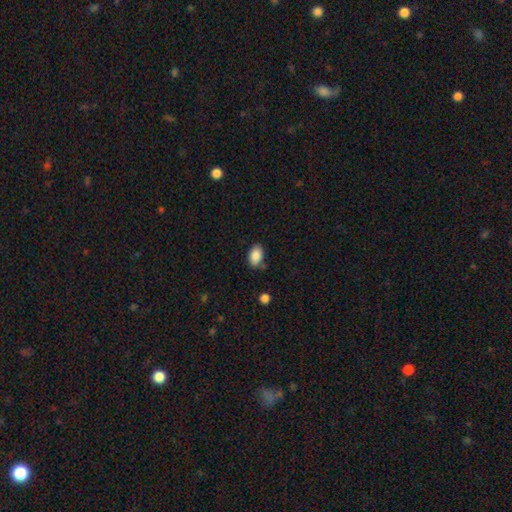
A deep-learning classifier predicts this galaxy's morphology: smooth_or_featured: smooth (p=0.87) [alt: star or artifact p=0.07]
how_rounded: in between (p=0.89) [alt: round p=0.10]
merging: none (p=0.75) [alt: minor disturbance p=0.18]